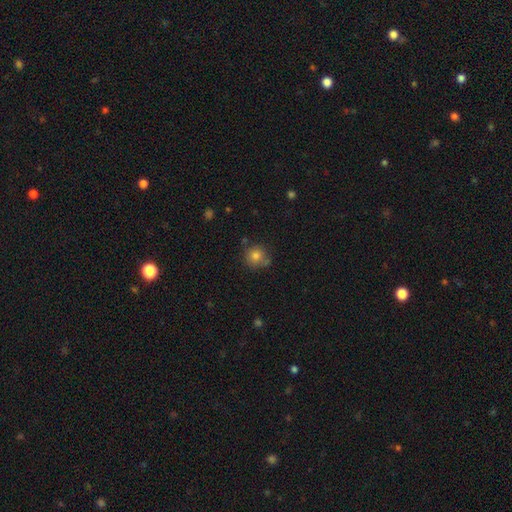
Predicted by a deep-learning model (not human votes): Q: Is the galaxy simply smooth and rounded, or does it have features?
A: smooth — 79%.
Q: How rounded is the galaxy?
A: round — 91%.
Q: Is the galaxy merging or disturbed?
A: none — 73%.